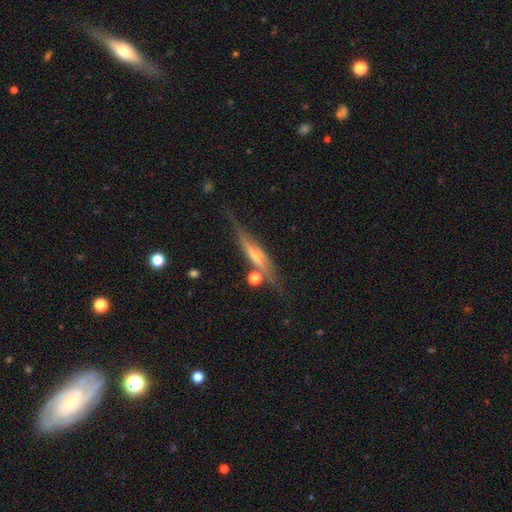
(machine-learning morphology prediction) Overall: featured or disk (74%). Edge-on disk: yes (91%). Edge-on bulge: rounded (61%; none 24%). Merging: none (71%).